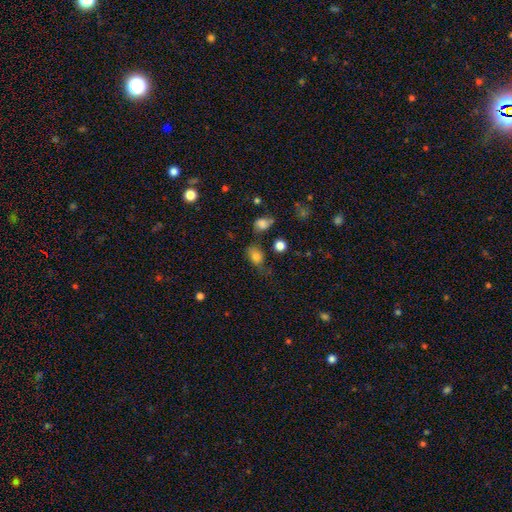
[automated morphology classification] smooth 79%, star or artifact 11%, featured or disk 9%. Down the decision tree: how rounded — in between (73%); merging — none (53%).